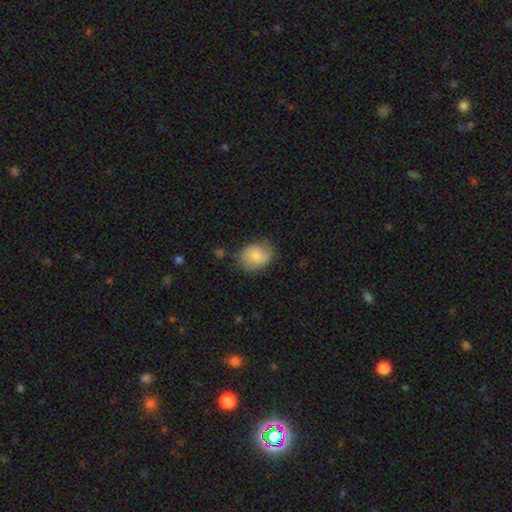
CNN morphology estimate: type=smooth (68%); roundness=round (52%); merging=none (64%).